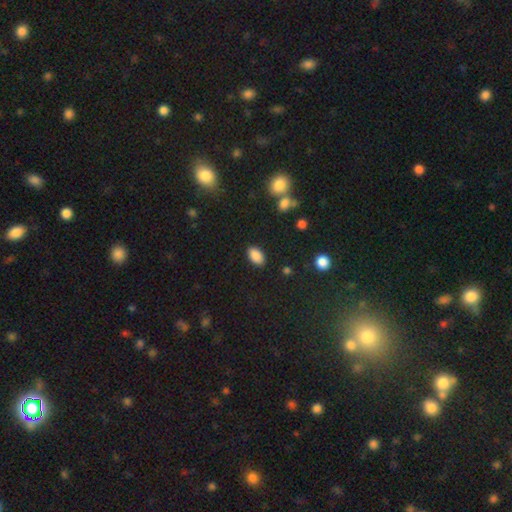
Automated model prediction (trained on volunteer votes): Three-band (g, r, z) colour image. It shows a smooth galaxy with no disk features (87%) that is in between round and cigar-shaped (92%). Merging: none (87%).